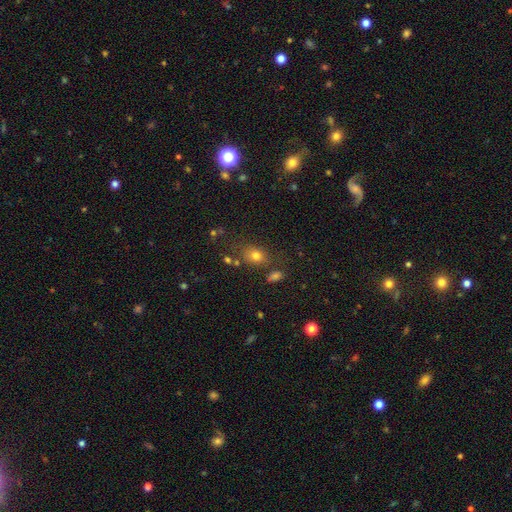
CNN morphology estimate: A smooth galaxy with no disk features (73%) that is in between round and cigar-shaped (63%). Merging: none (71%).